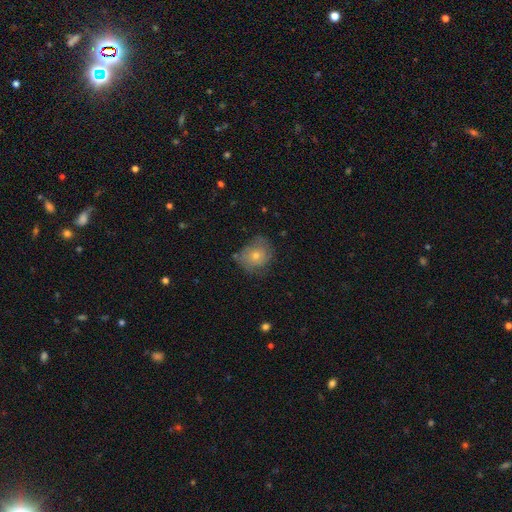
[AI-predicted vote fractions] This is possibly a smooth galaxy (56%). How rounded: likely round (72%). Merging: likely none (62%).